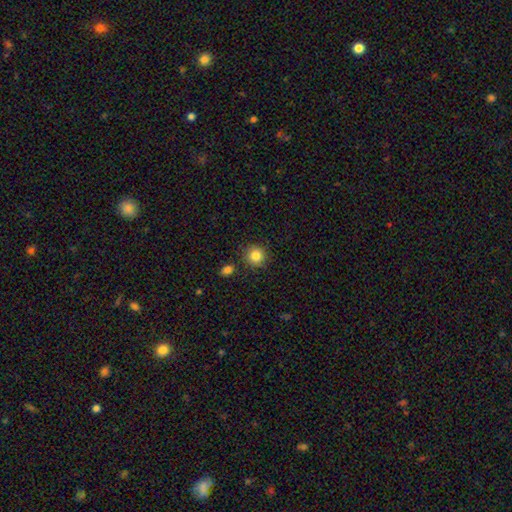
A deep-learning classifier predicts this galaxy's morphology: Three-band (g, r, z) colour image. It shows a smooth galaxy with no disk features (84%) that is round (92%). Merging: none (85%).